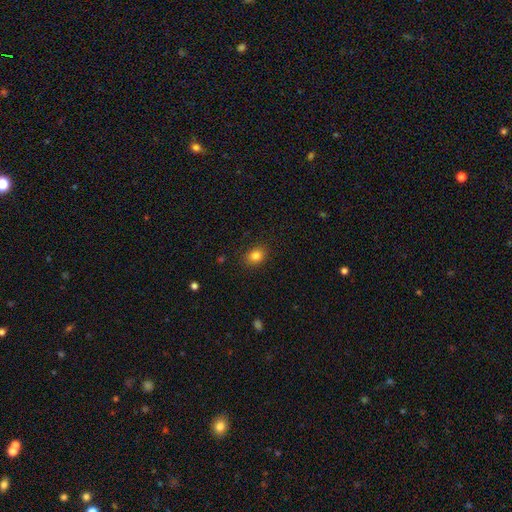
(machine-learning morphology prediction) Smooth or featured: smooth — 83% (star or artifact — 11%)
How rounded: in between — 59% (round — 40%)
Merging: none — 87% (minor disturbance — 10%)